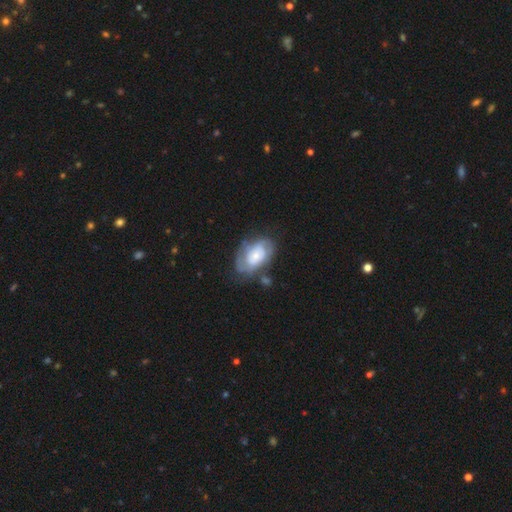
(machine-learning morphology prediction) This is likely a featured or disk galaxy (60%). It is clearly not viewed edge-on (96%). Bar: likely no (77%). Spiral arm pattern: likely yes (71%). Central bulge: possibly small (53%). Merging: possibly none (52%).